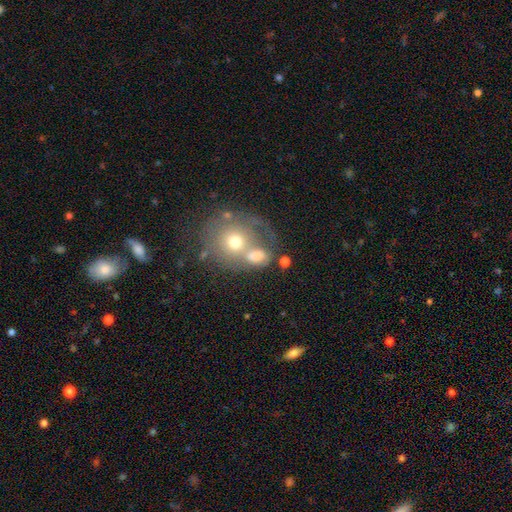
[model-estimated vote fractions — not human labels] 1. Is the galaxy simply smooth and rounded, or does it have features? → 64% smooth, 25% featured or disk, 11% star or artifact.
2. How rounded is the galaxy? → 52% round, 46% in between, 2% cigar-shaped.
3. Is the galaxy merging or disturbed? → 45% merger, 26% none, 15% major disturbance, 14% minor disturbance.